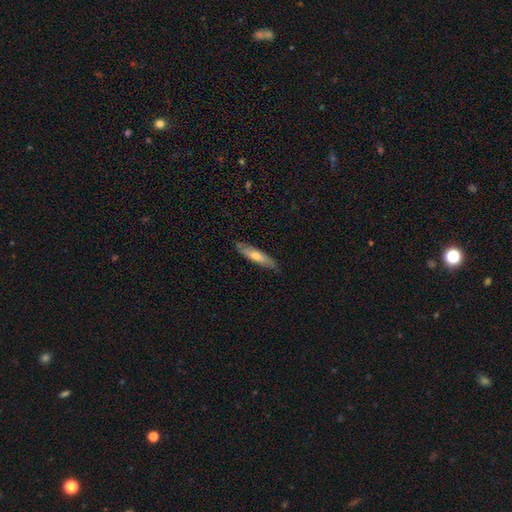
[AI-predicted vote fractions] smooth 56%, featured or disk 38%, star or artifact 6%. Down the decision tree: how rounded — cigar-shaped (78%); merging — none (78%).